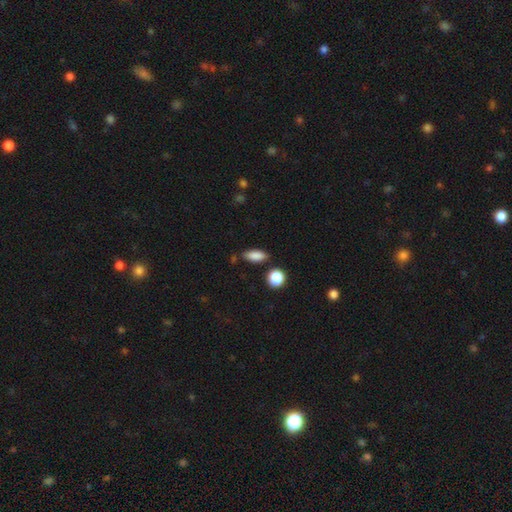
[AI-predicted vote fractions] Q: Smooth or featured?
A: smooth (86%); runner-up: star or artifact (8%)
Q: How rounded?
A: in between (75%); runner-up: cigar-shaped (20%)
Q: Merging?
A: none (78%); runner-up: minor disturbance (14%)